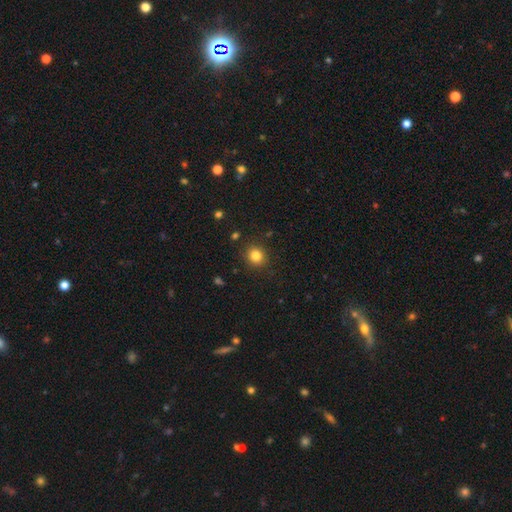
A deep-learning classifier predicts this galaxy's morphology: This appears to be a smooth galaxy with no disk features (83%) that is round (82%). Merging: none (88%).